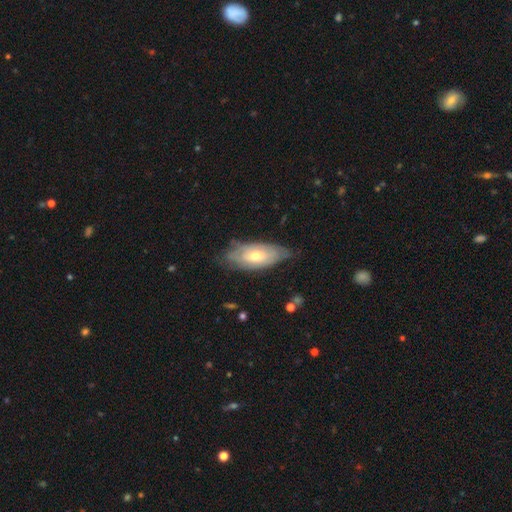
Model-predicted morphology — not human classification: The model was most divided on "smooth or featured": featured or disk: 57%, smooth: 37%, star or artifact: 6%. More confident: edge-on disk — no (82%); merging — none (65%).